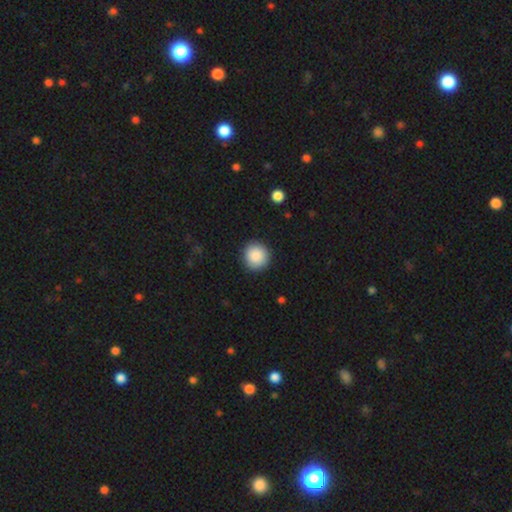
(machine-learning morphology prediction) This is clearly a smooth galaxy (88%). How rounded: clearly round (94%). Merging: clearly none (91%).